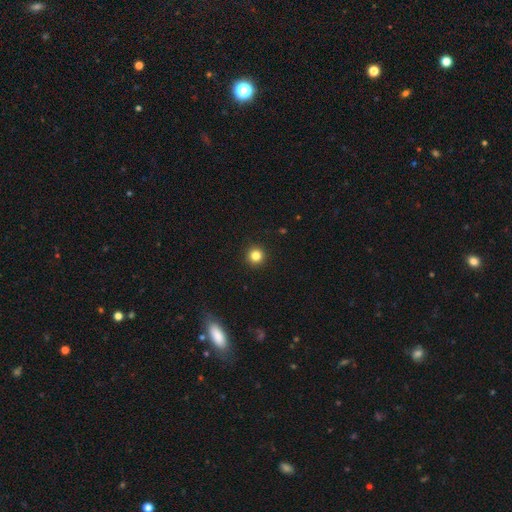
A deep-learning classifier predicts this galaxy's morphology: A smooth galaxy with no disk features (83%) that is round (96%). Merging: none (93%).